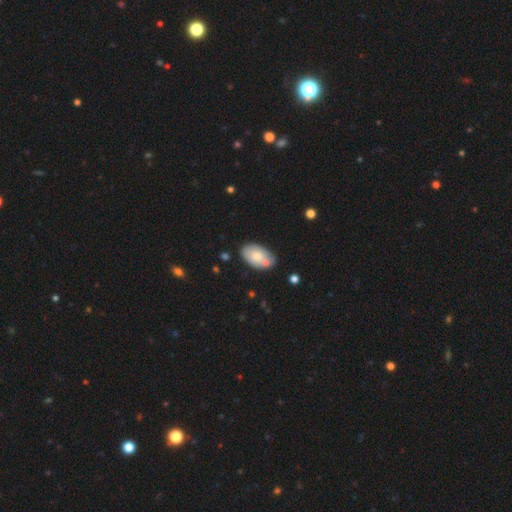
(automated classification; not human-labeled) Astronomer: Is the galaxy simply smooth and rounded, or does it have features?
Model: smooth — 73%.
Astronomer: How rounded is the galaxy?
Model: in between — 93%.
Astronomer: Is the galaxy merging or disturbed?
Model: none — 60%.